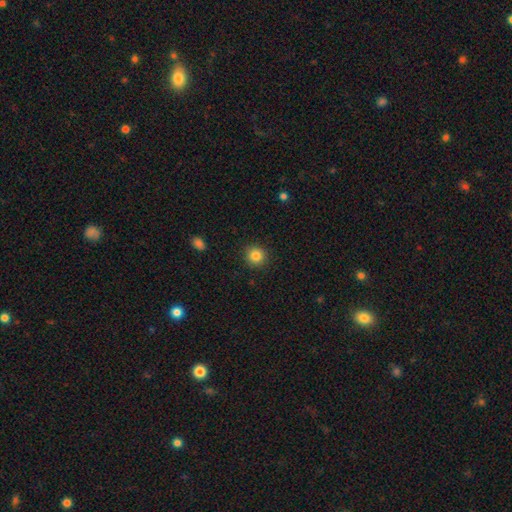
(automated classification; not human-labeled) Morphology: type=smooth (84%); roundness=round (92%); merging=none (91%).